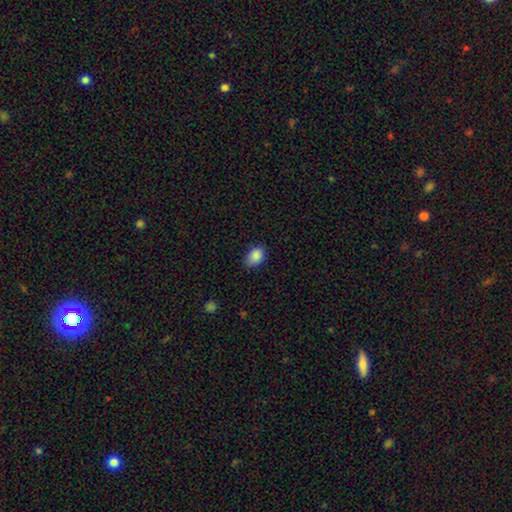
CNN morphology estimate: Smooth or featured?
  - smooth: 88% *
  - star or artifact: 8%
  - featured or disk: 3%
How rounded?
  - in between: 77% *
  - round: 22%
  - cigar-shaped: 1%
Merging?
  - none: 76% *
  - minor disturbance: 19%
  - major disturbance: 3%
  - merger: 1%